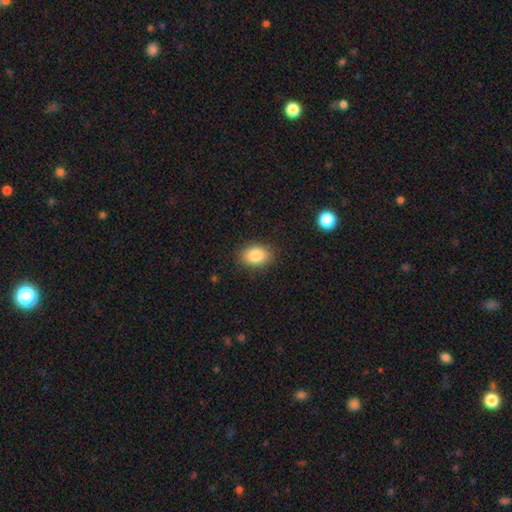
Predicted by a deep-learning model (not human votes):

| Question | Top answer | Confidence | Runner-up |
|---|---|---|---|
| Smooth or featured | smooth | 85% | star or artifact (8%) |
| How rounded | in between | 79% | round (20%) |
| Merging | none | 87% | minor disturbance (10%) |